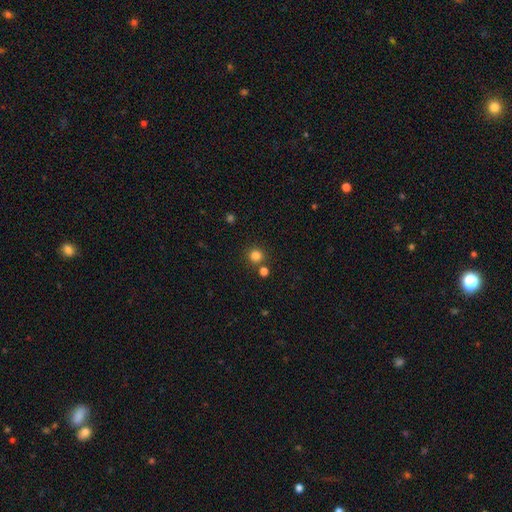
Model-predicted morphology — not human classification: Smooth or featured? Predicted: smooth (p=0.82). How rounded? Predicted: round (p=0.91). Merging? Predicted: none (p=0.77).